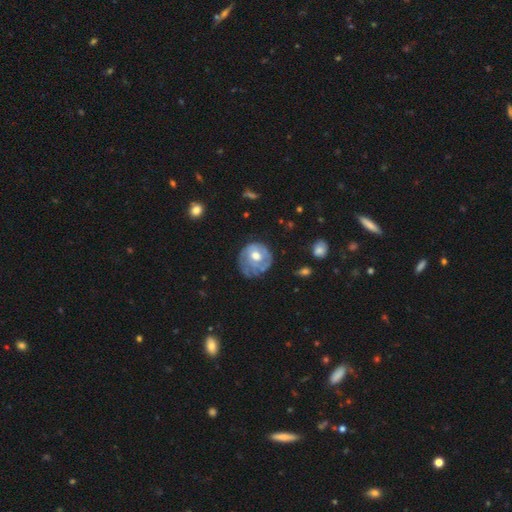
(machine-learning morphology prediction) Smooth or featured: featured or disk — 57% (smooth — 36%)
Edge-on disk: no — 97% (yes — 3%)
Bar: no — 77% (weak — 20%)
Spiral arms: yes — 53% (no — 47%)
Bulge size: moderate — 71% (large — 15%)
Merging: none — 51% (minor disturbance — 29%)